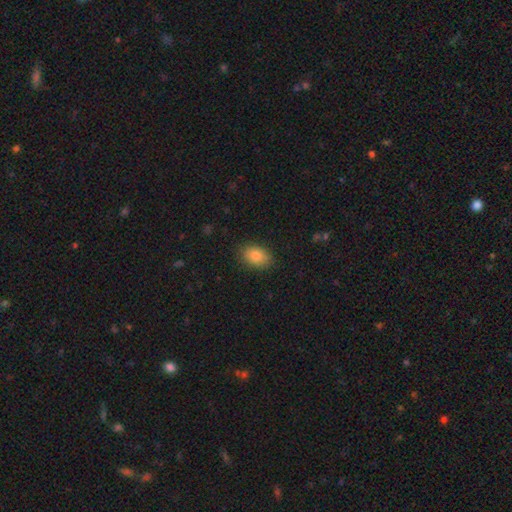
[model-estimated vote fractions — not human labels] The model was most divided on "how rounded": in between: 83%, round: 15%, cigar-shaped: 1%. More confident: merging — none (86%); smooth or featured — smooth (83%).